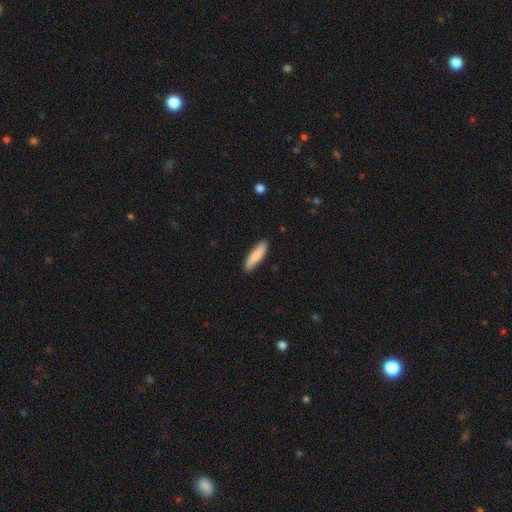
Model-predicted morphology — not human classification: Smooth or featured?
  - smooth: 79% *
  - featured or disk: 15%
  - star or artifact: 5%
How rounded?
  - cigar-shaped: 73% *
  - in between: 25%
  - round: 2%
Merging?
  - none: 87% *
  - minor disturbance: 10%
  - major disturbance: 2%
  - merger: 1%